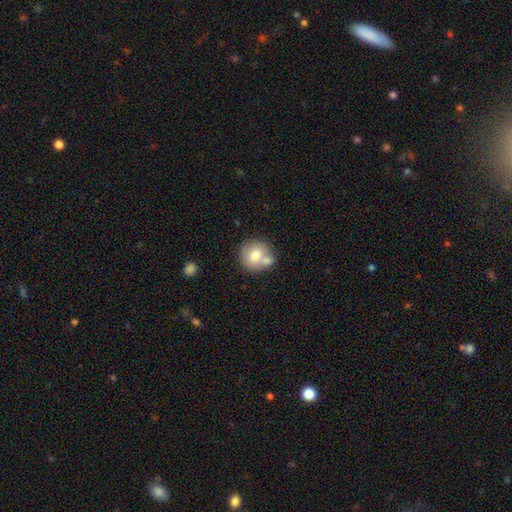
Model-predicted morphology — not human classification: Smooth or featured? smooth (73%)
How rounded? round (88%)
Merging? none (53%)